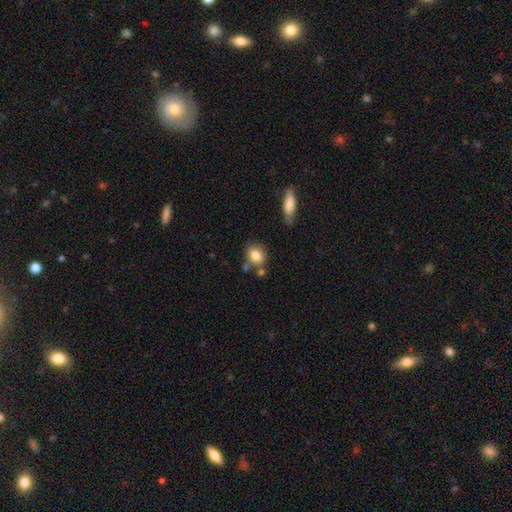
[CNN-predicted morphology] A smooth galaxy with no disk features (82%) that is in between round and cigar-shaped (53%).

Vote fractions:
- Smooth or featured? smooth: 82% / featured or disk: 10% / star or artifact: 9%
- How rounded? in between: 53% / round: 46% / cigar-shaped: 2%
- Merging? none: 65% / minor disturbance: 16% / merger: 14% / major disturbance: 4%